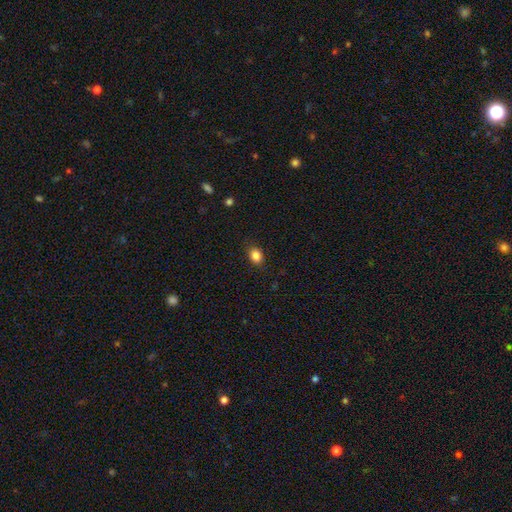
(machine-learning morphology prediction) smooth 85%, star or artifact 10%, featured or disk 5%. Down the decision tree: how rounded — in between (63%); merging — none (86%).